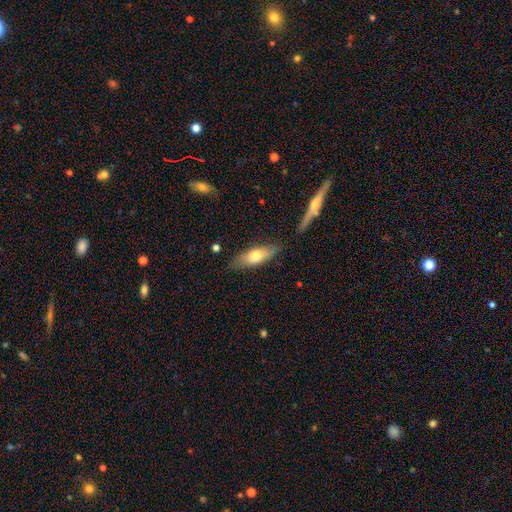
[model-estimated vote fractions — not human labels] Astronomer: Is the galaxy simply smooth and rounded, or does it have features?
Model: smooth — 63%.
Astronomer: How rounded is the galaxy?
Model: in between — 60% (runner-up: cigar-shaped, 37%).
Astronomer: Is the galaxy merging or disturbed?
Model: none — 79%.